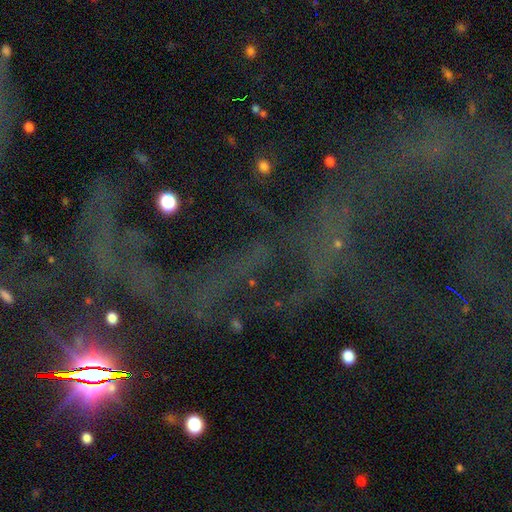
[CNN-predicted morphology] Smooth or featured: star or artifact — 70% (featured or disk — 18%)